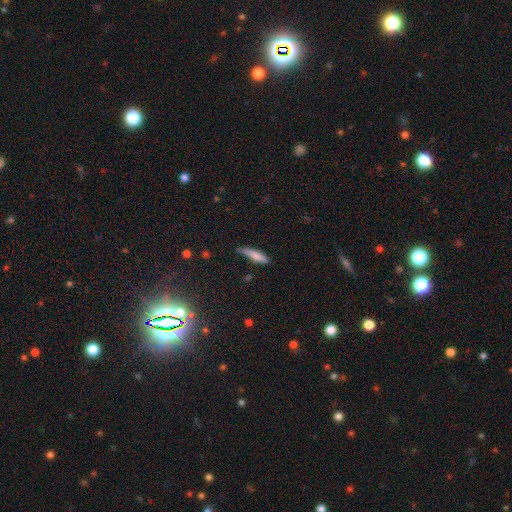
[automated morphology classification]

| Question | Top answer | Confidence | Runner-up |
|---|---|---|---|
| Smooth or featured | smooth | 77% | featured or disk (16%) |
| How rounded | cigar-shaped | 78% | in between (21%) |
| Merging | none | 62% | minor disturbance (29%) |